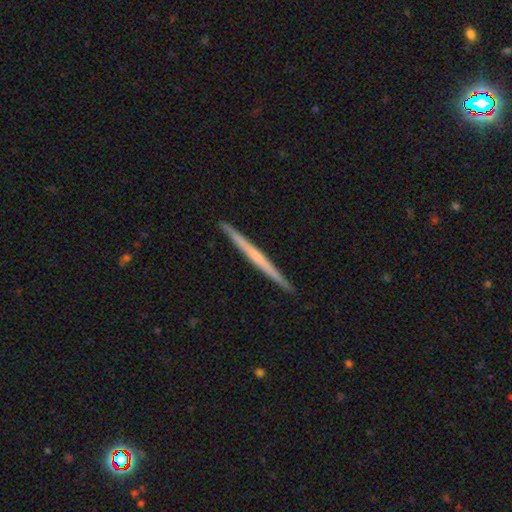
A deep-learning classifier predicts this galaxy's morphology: smooth-or-featured: featured or disk: 60% | smooth: 35% | star or artifact: 5%
  disk-edge-on: yes: 98% | no: 2%
    edge-on-bulge: none: 75% | rounded: 21% | boxy: 5%
  merging: none: 93% | minor disturbance: 5% | major disturbance: 1% | merger: 1%